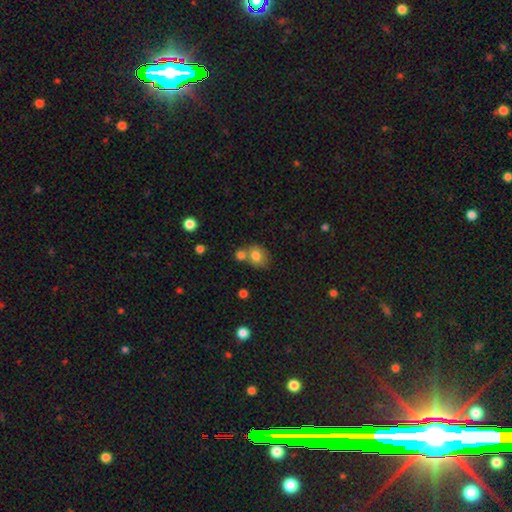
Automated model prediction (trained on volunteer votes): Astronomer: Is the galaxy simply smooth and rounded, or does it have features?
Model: smooth — 79%.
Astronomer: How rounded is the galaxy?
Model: round — 58% (runner-up: in between, 41%).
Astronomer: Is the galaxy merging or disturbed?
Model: none — 47% (runner-up: merger, 36%).